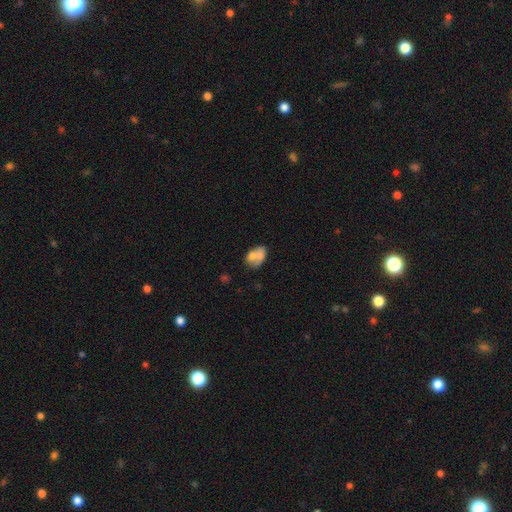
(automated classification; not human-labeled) smooth-or-featured: smooth: 62% | featured or disk: 29% | star or artifact: 9%
  how-rounded: in between: 78% | round: 20% | cigar-shaped: 2%
  merging: merger: 55% | none: 23% | minor disturbance: 12% | major disturbance: 9%